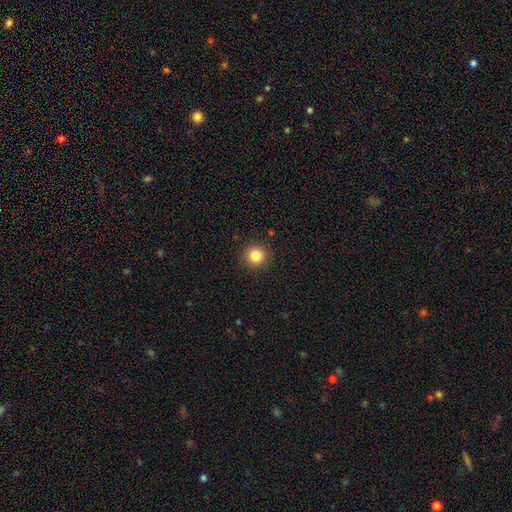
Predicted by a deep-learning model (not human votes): smooth 85%, star or artifact 11%, featured or disk 5%. Down the decision tree: how rounded — round (95%); merging — none (92%).